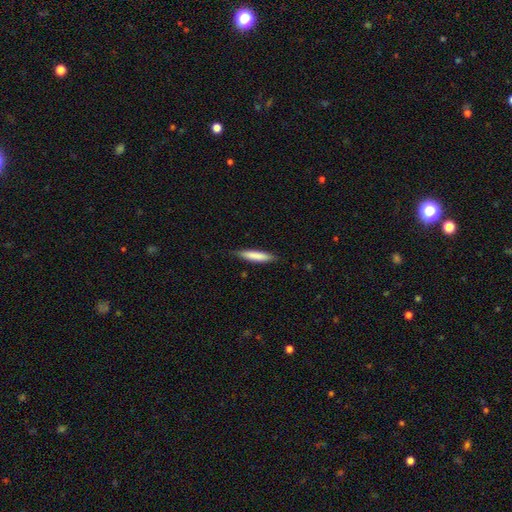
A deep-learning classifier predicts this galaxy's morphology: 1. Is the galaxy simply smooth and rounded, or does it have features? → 81% smooth, 14% featured or disk, 5% star or artifact.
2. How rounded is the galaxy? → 86% cigar-shaped, 13% in between, 1% round.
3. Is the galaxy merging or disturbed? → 85% none, 12% minor disturbance, 2% major disturbance, 1% merger.